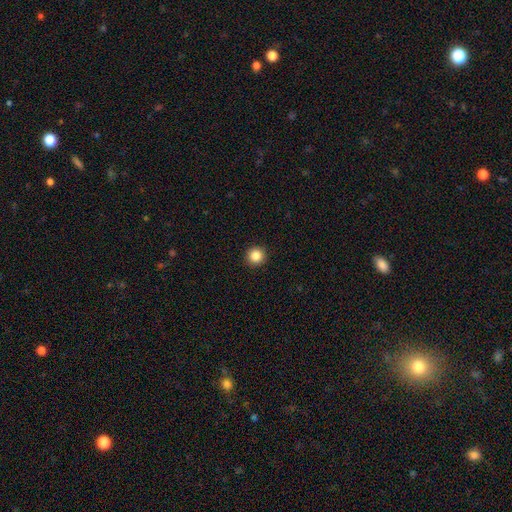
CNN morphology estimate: Smooth or featured? smooth (86%)
How rounded? round (95%)
Merging? none (93%)